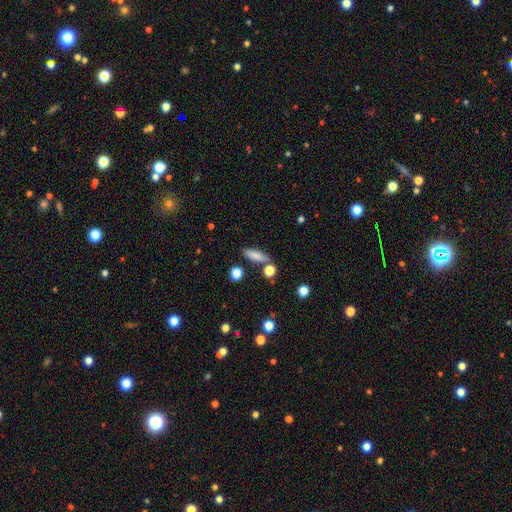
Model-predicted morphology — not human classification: Smooth or featured: smooth — 80% (featured or disk — 11%)
How rounded: cigar-shaped — 50% (in between — 44%)
Merging: none — 75% (minor disturbance — 13%)